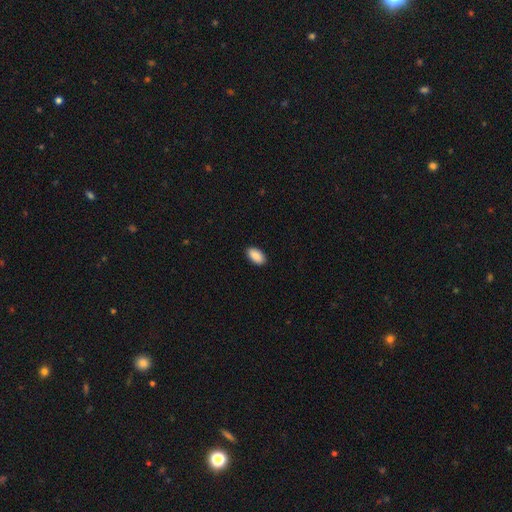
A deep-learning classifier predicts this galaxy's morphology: smooth 89%, star or artifact 6%, featured or disk 4%. Down the decision tree: how rounded — in between (95%); merging — none (90%).